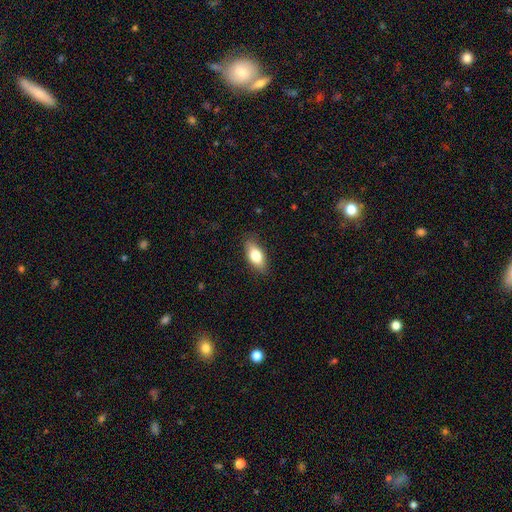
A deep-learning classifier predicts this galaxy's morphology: This appears to be a smooth galaxy with no disk features (75%) that is in between round and cigar-shaped (83%). Merging: none (85%).